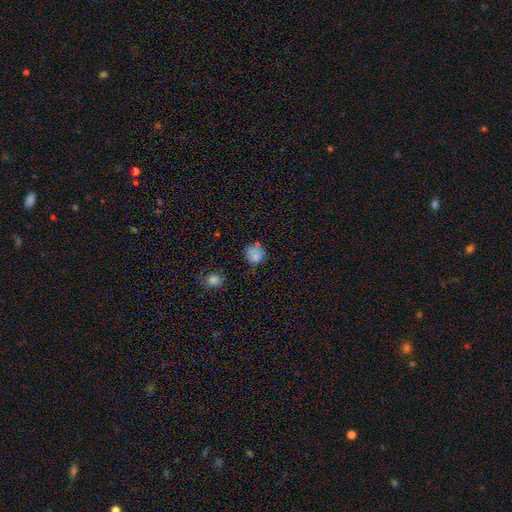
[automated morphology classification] The model was most divided on "merging": none: 69%, minor disturbance: 21%, major disturbance: 6%, merger: 4%. More confident: how rounded — round (83%); smooth or featured — smooth (77%).